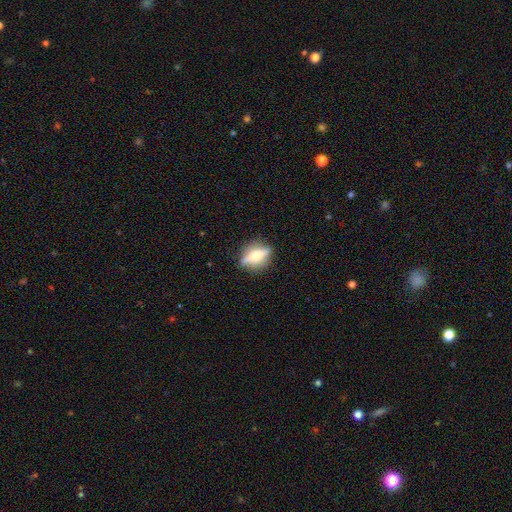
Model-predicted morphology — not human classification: Smooth or featured? Predicted: featured or disk (p=0.62). Edge-on disk? Predicted: yes (p=0.81). Merging? Predicted: none (p=0.82).